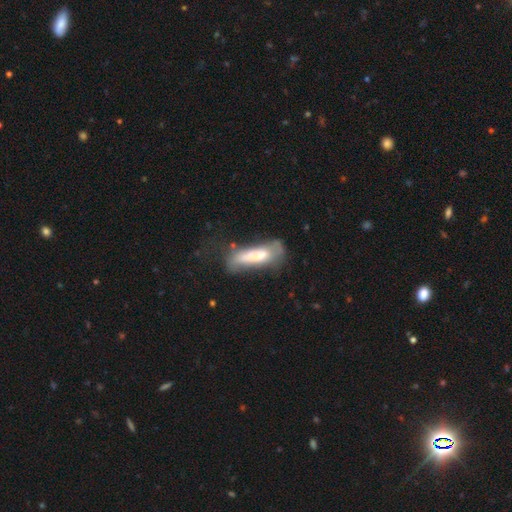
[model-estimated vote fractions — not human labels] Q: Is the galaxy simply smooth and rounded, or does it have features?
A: smooth — 62%.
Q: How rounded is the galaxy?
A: cigar-shaped — 62%.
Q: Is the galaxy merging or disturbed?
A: none — 35%.